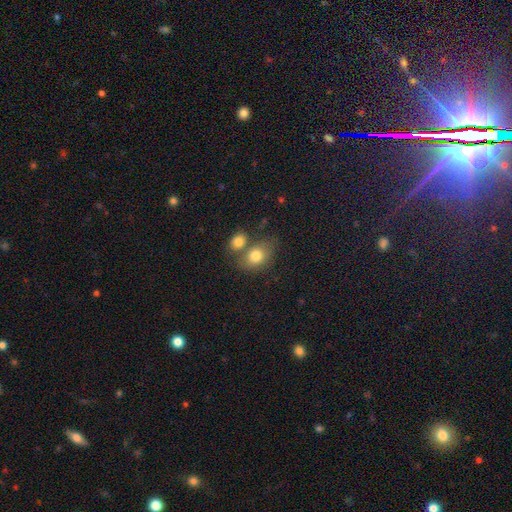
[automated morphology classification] Smooth or featured?
  - smooth: 79% *
  - featured or disk: 12%
  - star or artifact: 9%
How rounded?
  - in between: 65% *
  - round: 33%
  - cigar-shaped: 1%
Merging?
  - none: 46% *
  - merger: 36%
  - minor disturbance: 13%
  - major disturbance: 5%